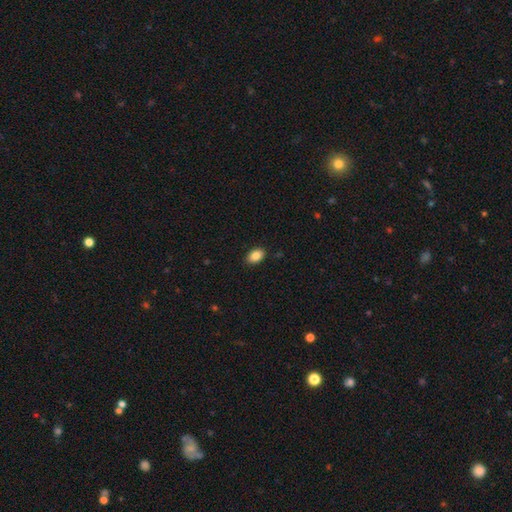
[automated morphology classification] Smooth or featured: smooth — 87% (star or artifact — 8%)
How rounded: in between — 87% (round — 12%)
Merging: none — 89% (minor disturbance — 8%)